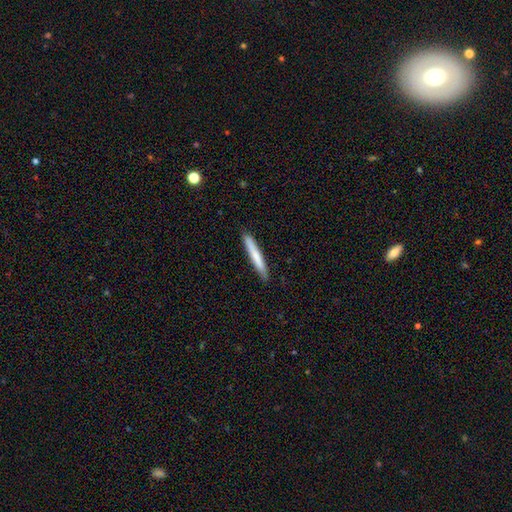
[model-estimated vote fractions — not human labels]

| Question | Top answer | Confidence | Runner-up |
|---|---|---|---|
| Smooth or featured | smooth | 71% | featured or disk (24%) |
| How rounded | cigar-shaped | 96% | in between (3%) |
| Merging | none | 88% | minor disturbance (9%) |